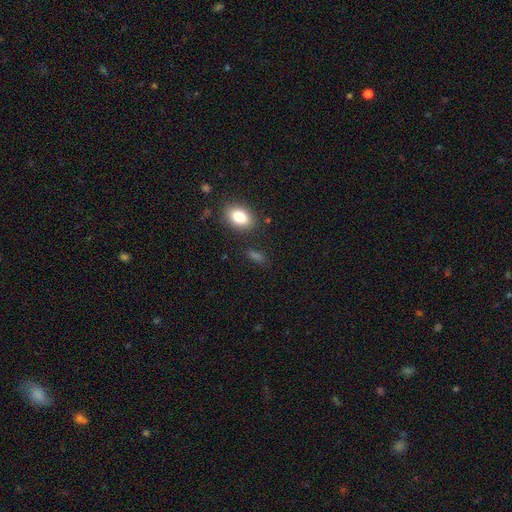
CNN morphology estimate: smooth_or_featured: smooth (p=0.78) [alt: star or artifact p=0.15]
how_rounded: in between (p=0.78) [alt: round p=0.17]
merging: none (p=0.83) [alt: minor disturbance p=0.11]